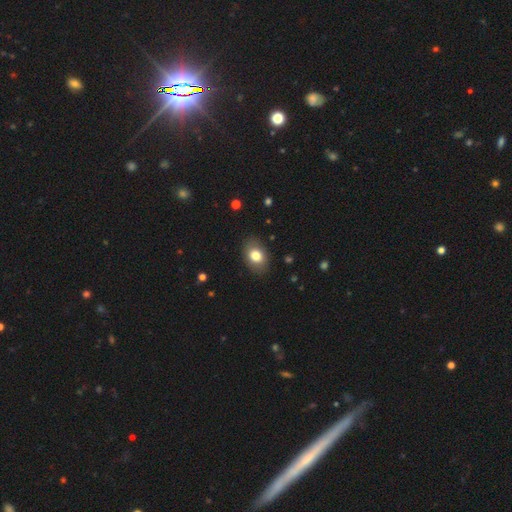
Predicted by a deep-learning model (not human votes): A smooth galaxy with no disk features (79%) that is in between round and cigar-shaped (78%).

Vote fractions:
- Smooth or featured? smooth: 79% / featured or disk: 13% / star or artifact: 8%
- How rounded? in between: 78% / round: 21% / cigar-shaped: 1%
- Merging? none: 85% / minor disturbance: 11% / major disturbance: 3% / merger: 1%